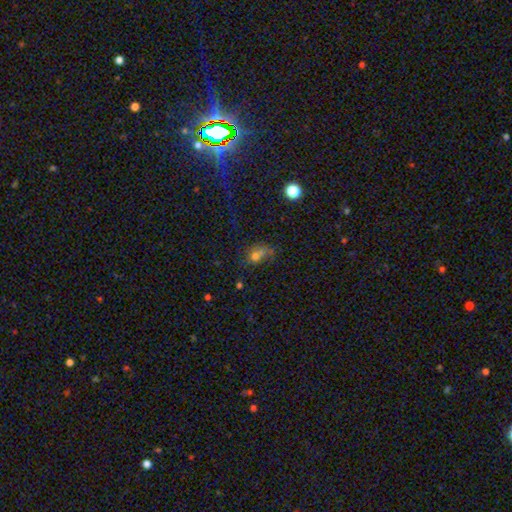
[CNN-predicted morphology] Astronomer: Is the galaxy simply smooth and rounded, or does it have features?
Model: smooth — 63%.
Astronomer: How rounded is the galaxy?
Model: round — 51% (runner-up: in between, 47%).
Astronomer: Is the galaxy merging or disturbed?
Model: merger — 36% (runner-up: none, 35%).